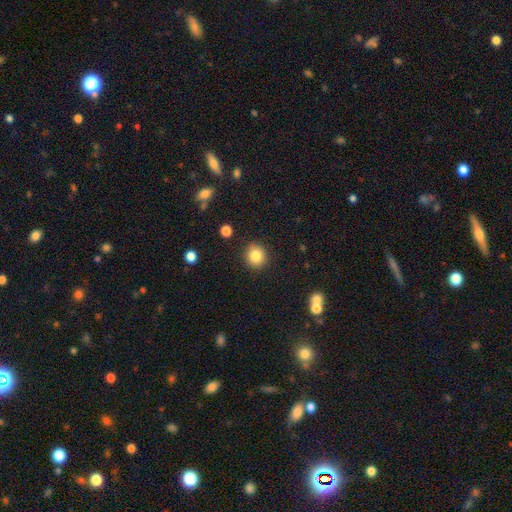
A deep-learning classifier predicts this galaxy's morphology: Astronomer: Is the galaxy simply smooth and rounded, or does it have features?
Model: smooth — 84%.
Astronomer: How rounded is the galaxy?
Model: round — 86%.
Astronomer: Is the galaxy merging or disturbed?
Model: none — 89%.